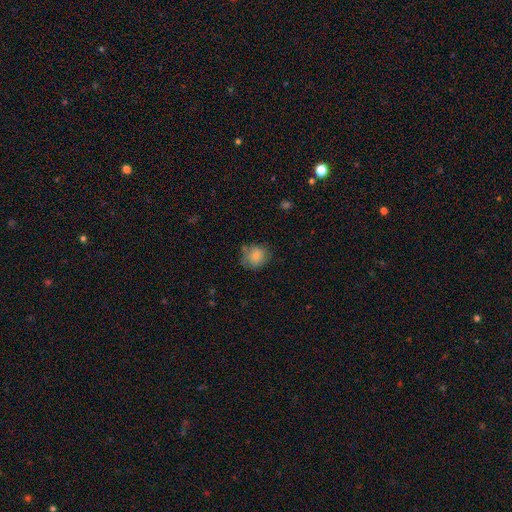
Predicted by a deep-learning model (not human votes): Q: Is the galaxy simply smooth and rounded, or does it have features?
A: smooth — 83%.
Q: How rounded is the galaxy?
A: round — 75%.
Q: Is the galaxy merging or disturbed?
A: none — 66%.